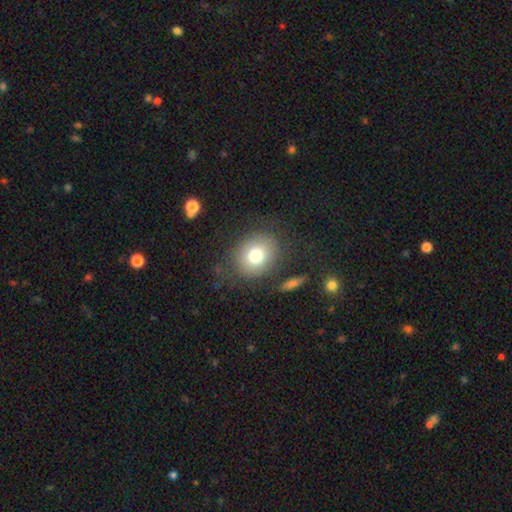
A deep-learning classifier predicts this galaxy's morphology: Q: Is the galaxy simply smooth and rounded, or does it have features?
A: smooth — 75%.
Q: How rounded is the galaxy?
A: round — 66%.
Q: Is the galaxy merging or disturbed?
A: none — 78%.